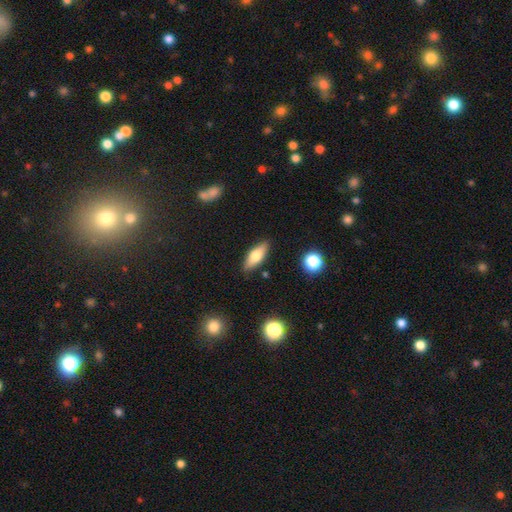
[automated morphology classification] type=smooth (64%); roundness=in between (67%); merging=none (87%).